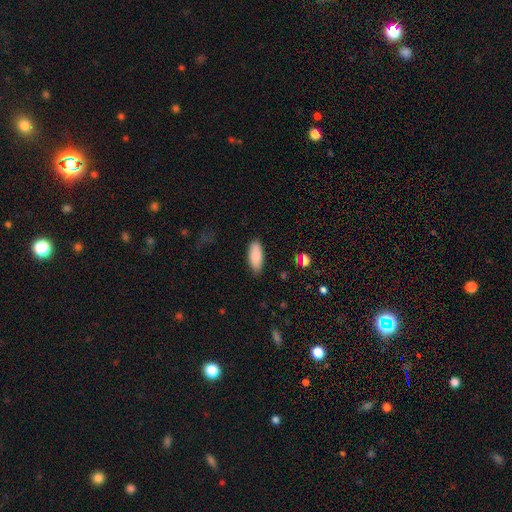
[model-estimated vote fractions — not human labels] A smooth galaxy with no disk features (87%) that is in between round and cigar-shaped (81%). Merging: none (85%).